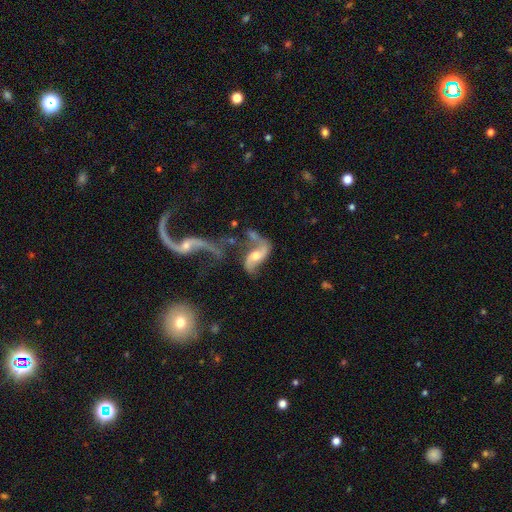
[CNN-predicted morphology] Overall: featured or disk (83%). Edge-on disk: no (95%). Bar: no (49%; weak 37%). Spiral arms: yes (92%). Spiral arm count: 2 (88%). Spiral winding: loose (78%). Bulge size: moderate (63%; small 26%). Merging: merger (34%; none 31%).